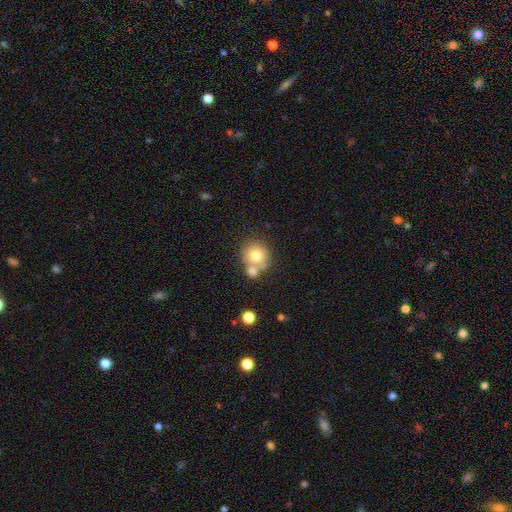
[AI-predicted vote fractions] Morphology: type=smooth (75%); roundness=round (86%); merging=none (47%).